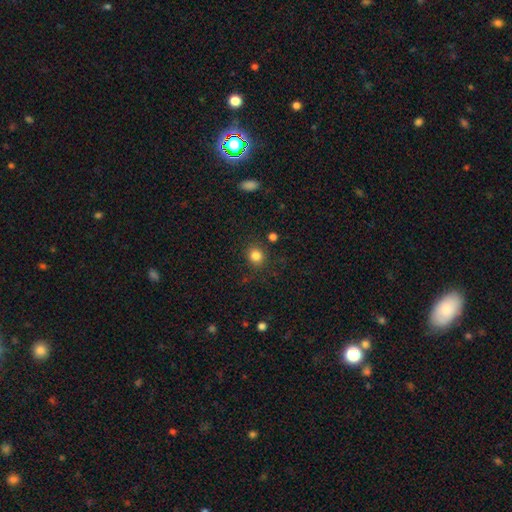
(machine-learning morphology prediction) Smooth or featured? Predicted: smooth (p=0.83). How rounded? Predicted: round (p=0.86). Merging? Predicted: none (p=0.85).